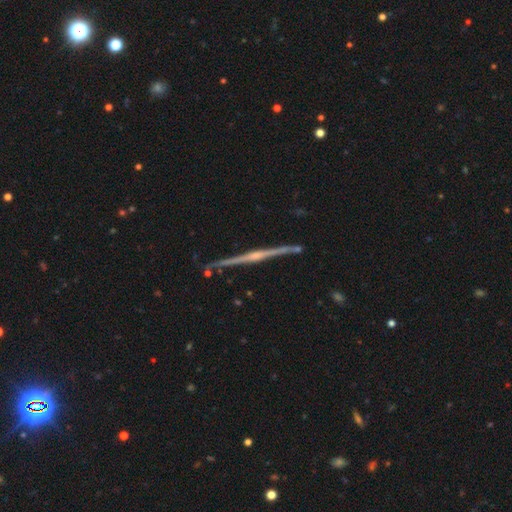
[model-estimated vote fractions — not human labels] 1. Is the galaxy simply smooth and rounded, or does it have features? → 83% featured or disk, 10% smooth, 7% star or artifact.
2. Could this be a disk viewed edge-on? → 98% yes, 2% no.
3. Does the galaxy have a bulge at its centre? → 71% rounded, 20% none, 10% boxy.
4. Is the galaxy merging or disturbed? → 88% none, 8% minor disturbance, 2% major disturbance, 2% merger.